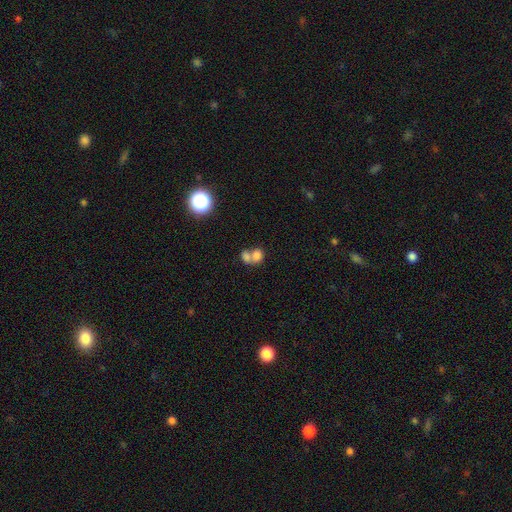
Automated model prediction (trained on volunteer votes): Smooth or featured? smooth (75%)
How rounded? round (51%)
Merging? merger (67%)